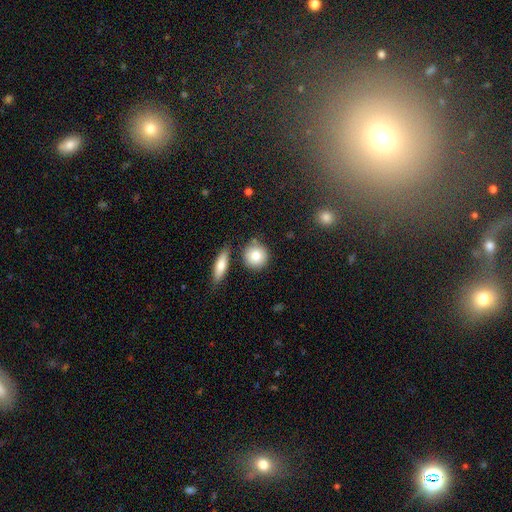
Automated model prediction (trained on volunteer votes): Smooth or featured: smooth — 80% (featured or disk — 12%)
How rounded: round — 88% (in between — 10%)
Merging: none — 77% (minor disturbance — 10%)